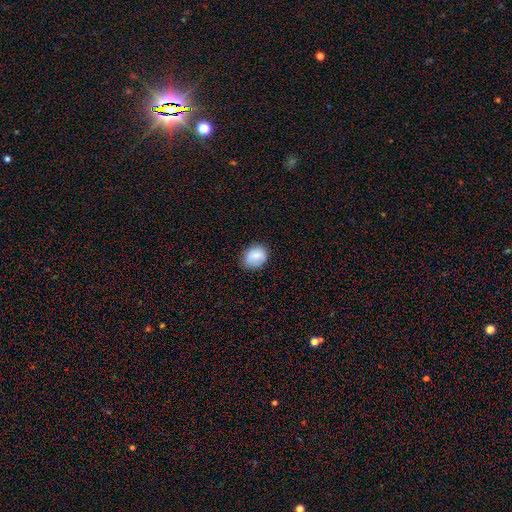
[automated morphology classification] This appears to be a smooth galaxy with no disk features (82%) that is round (53%). Merging: none (76%).